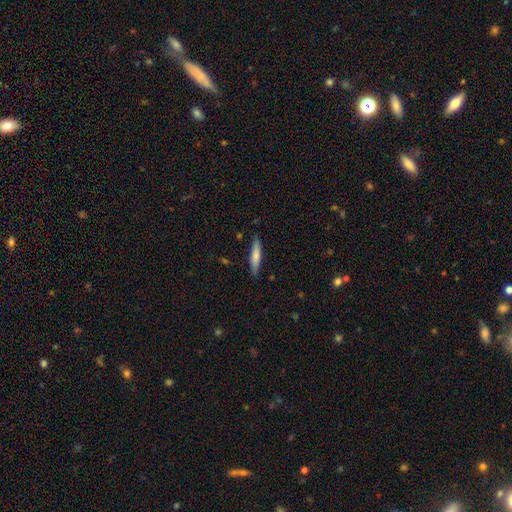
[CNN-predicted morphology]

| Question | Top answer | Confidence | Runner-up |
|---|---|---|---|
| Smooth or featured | smooth | 72% | featured or disk (23%) |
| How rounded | cigar-shaped | 86% | in between (13%) |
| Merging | none | 85% | minor disturbance (12%) |